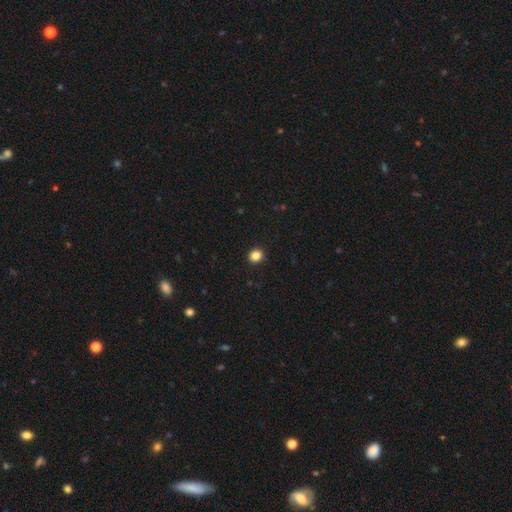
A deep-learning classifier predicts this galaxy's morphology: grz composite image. It shows a smooth galaxy with no disk features (85%) that is round (85%). Merging: none (93%).